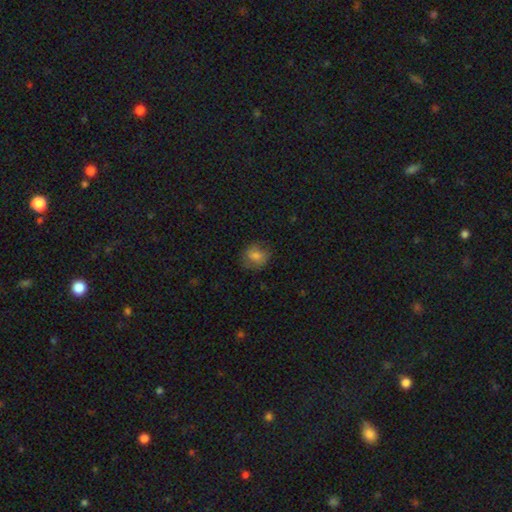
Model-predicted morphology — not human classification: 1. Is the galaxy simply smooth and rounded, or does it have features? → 77% smooth, 12% featured or disk, 10% star or artifact.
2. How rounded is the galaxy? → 73% round, 26% in between, 1% cigar-shaped.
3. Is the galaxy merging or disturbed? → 73% none, 19% minor disturbance, 7% major disturbance, 1% merger.